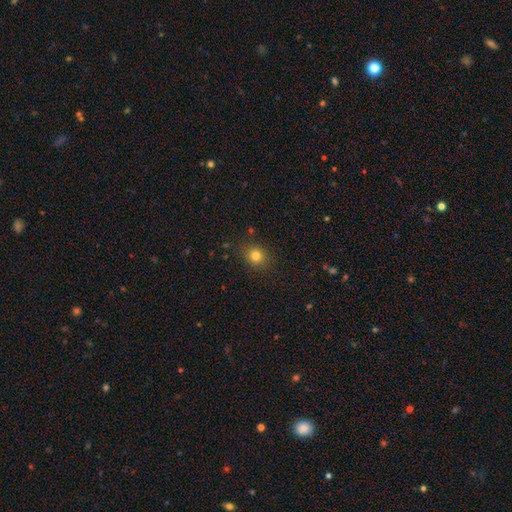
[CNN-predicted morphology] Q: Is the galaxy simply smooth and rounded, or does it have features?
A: smooth — 80%.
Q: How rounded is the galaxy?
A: round — 79%.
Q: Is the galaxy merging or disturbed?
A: none — 87%.